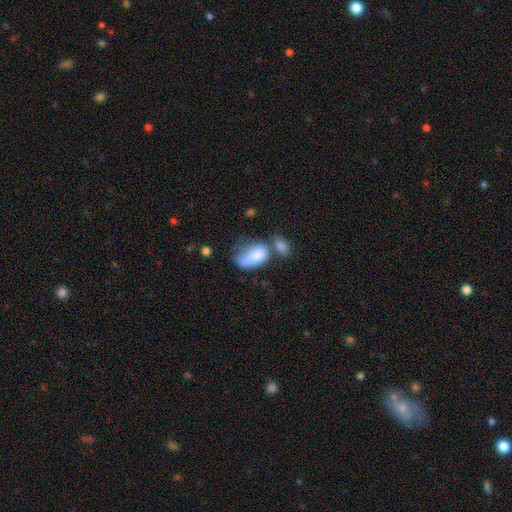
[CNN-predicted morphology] smooth 76%, featured or disk 16%, star or artifact 7%. Down the decision tree: how rounded — in between (89%); merging — merger (42%).